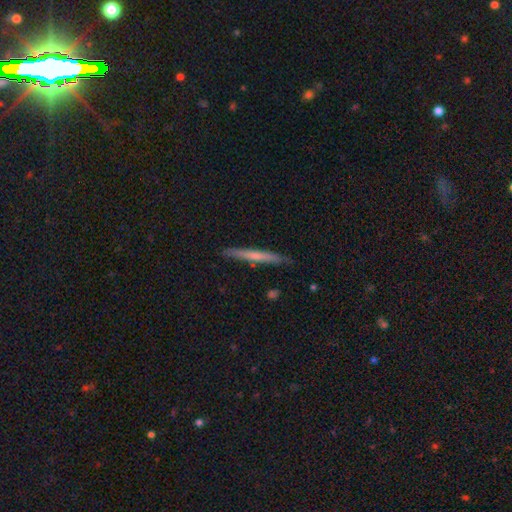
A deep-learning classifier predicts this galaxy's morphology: A smooth galaxy with no disk features (53%) that is cigar-shaped (96%).

Vote fractions:
- Smooth or featured? smooth: 53% / featured or disk: 41% / star or artifact: 6%
- How rounded? cigar-shaped: 96% / in between: 2% / round: 1%
- Merging? none: 87% / minor disturbance: 10% / major disturbance: 2% / merger: 2%